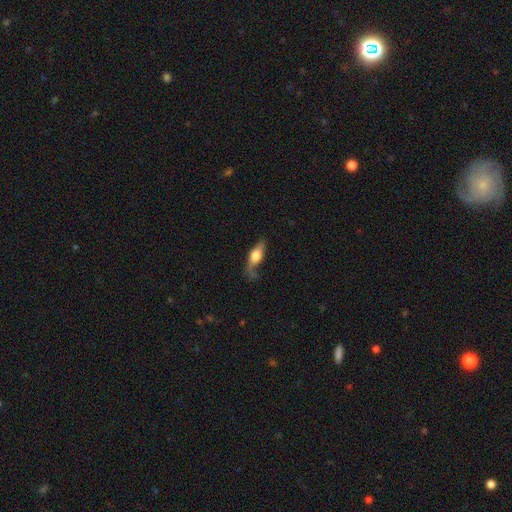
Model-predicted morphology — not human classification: smooth_or_featured: smooth (p=0.55) [alt: featured or disk p=0.38]
how_rounded: in between (p=0.57) [alt: cigar-shaped p=0.38]
merging: none (p=0.49) [alt: minor disturbance p=0.30]